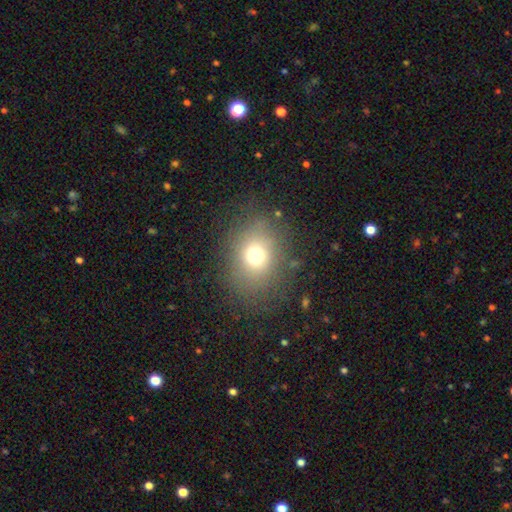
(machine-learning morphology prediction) smooth_or_featured: smooth (p=0.71) [alt: star or artifact p=0.16]
how_rounded: round (p=0.58) [alt: in between p=0.42]
merging: none (p=0.78) [alt: minor disturbance p=0.12]